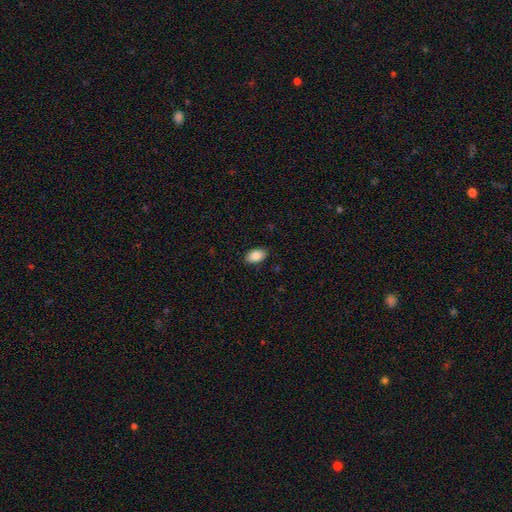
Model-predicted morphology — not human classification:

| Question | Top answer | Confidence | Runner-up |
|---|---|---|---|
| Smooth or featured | smooth | 86% | star or artifact (7%) |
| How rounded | in between | 93% | round (5%) |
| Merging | none | 88% | minor disturbance (9%) |